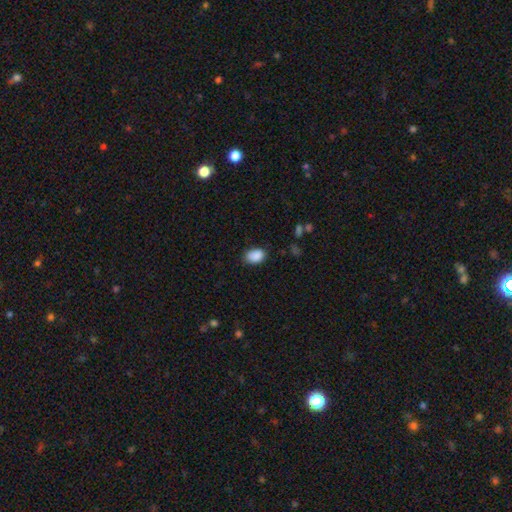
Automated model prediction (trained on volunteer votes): Overall: smooth (89%). How rounded: in between (83%). Merging: none (80%).